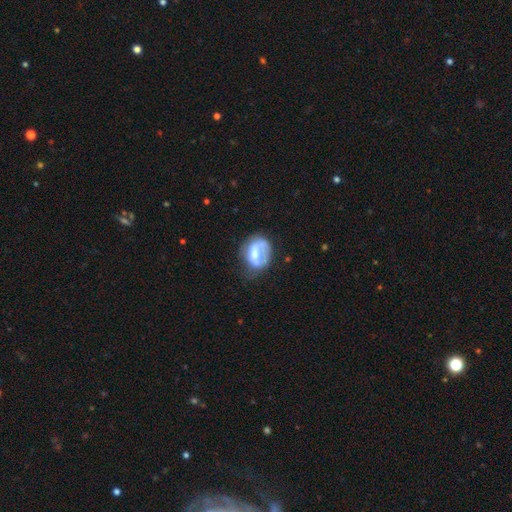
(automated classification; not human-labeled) A featured or disk galaxy (53%) with no bar (53%), no spiral arms (62%) and a moderate central bulge (56%).

Vote fractions:
- Smooth or featured? featured or disk: 53% / smooth: 39% / star or artifact: 8%
- Edge-on disk? no: 96% / yes: 4%
- Bar? no: 53% / weak: 31% / strong: 16%
- Spiral arms? no: 62% / yes: 38%
- Bulge size? moderate: 56% / large: 21% / small: 15% / none: 6% / dominant: 2%
- Merging? none: 39% / major disturbance: 27% / minor disturbance: 26% / merger: 8%